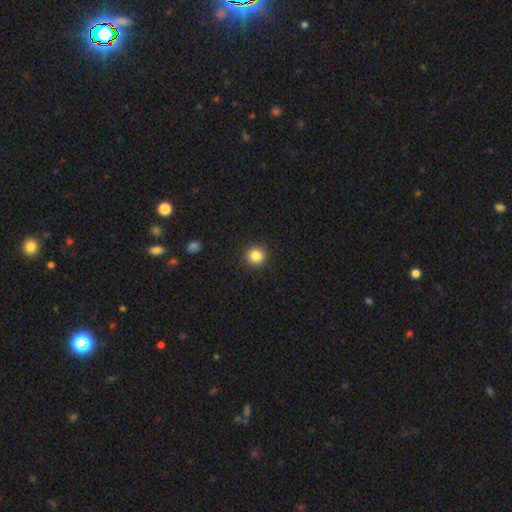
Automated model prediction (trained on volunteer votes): Overall: smooth (86%). How rounded: round (91%). Merging: none (92%).